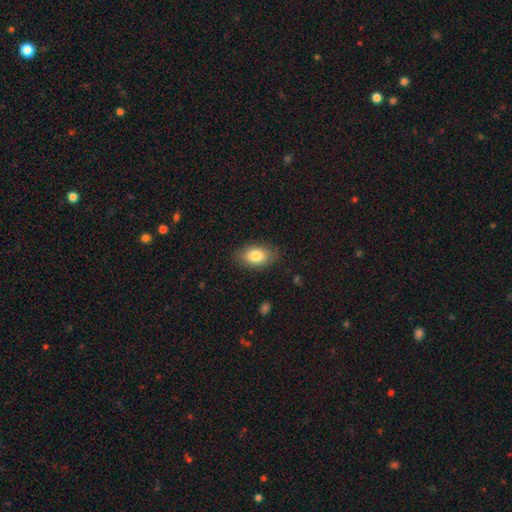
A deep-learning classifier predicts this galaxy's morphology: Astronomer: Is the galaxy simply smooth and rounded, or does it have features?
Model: smooth — 83%.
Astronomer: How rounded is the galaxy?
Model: in between — 89%.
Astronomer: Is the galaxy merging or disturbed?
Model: none — 84%.